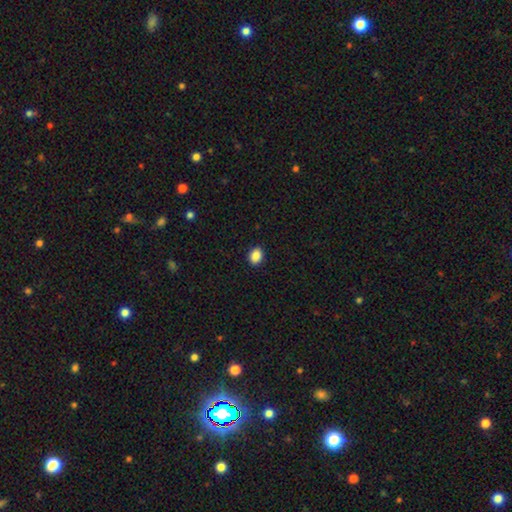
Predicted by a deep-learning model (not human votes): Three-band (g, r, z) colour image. It shows a smooth galaxy with no disk features (88%) that is in between round and cigar-shaped (63%). Merging: none (91%).